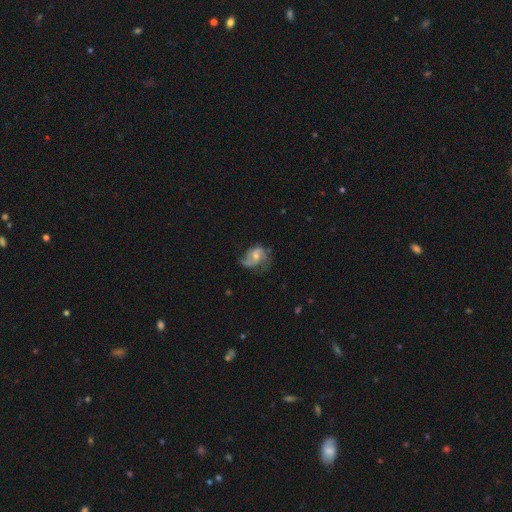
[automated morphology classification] Overall: featured or disk (70%). Edge-on disk: no (97%). Bar: no (52%; weak 39%). Spiral arms: yes (88%). Spiral arm count: 2 (58%). Spiral winding: medium (44%; loose 39%). Bulge size: moderate (49%; small 39%). Merging: none (50%; minor disturbance 25%).